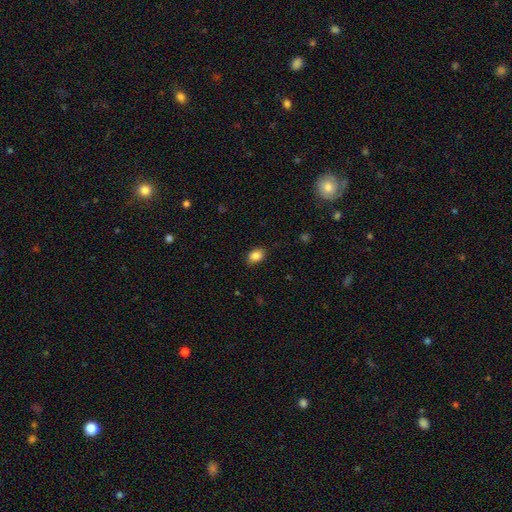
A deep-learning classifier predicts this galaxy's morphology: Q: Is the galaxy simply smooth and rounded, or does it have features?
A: smooth — 87%.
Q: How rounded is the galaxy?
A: in between — 74%.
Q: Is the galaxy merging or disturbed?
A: none — 81%.